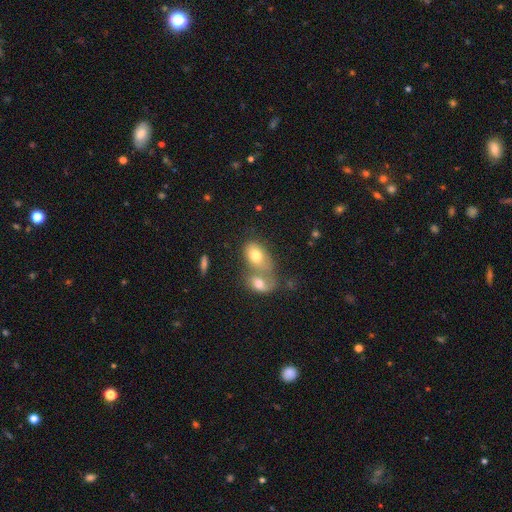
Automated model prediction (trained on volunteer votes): Smooth or featured: smooth — 71% (featured or disk — 21%)
How rounded: in between — 85% (round — 13%)
Merging: merger — 66% (none — 20%)